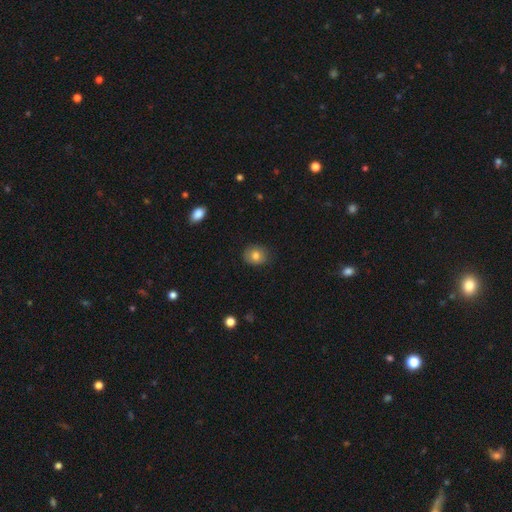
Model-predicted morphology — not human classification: Smooth or featured? Predicted: smooth (p=0.79). How rounded? Predicted: round (p=0.63). Merging? Predicted: none (p=0.83).